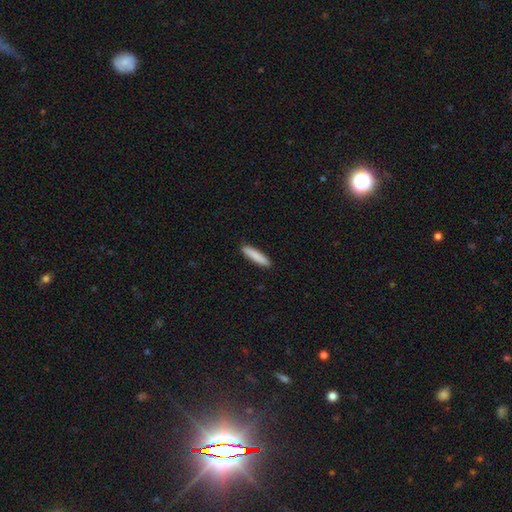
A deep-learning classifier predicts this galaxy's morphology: A smooth galaxy with no disk features (86%) that is cigar-shaped (85%).

Vote fractions:
- Smooth or featured? smooth: 86% / featured or disk: 8% / star or artifact: 5%
- How rounded? cigar-shaped: 85% / in between: 14% / round: 1%
- Merging? none: 91% / minor disturbance: 6% / major disturbance: 1% / merger: 1%